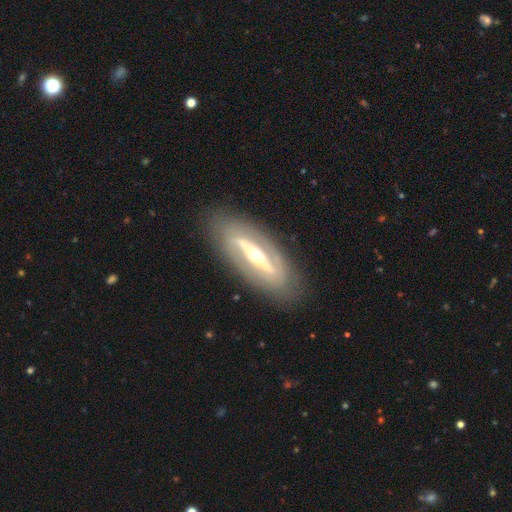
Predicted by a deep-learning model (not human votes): smooth_or_featured: featured or disk (p=0.81) [alt: smooth p=0.14]
disk_edge_on: no (p=0.80) [alt: yes p=0.20]
bar: strong (p=0.62) [alt: weak p=0.21]
has_spiral_arms: yes (p=0.59) [alt: no p=0.41]
bulge_size: moderate (p=0.70) [alt: small p=0.17]
merging: none (p=0.84) [alt: minor disturbance p=0.10]